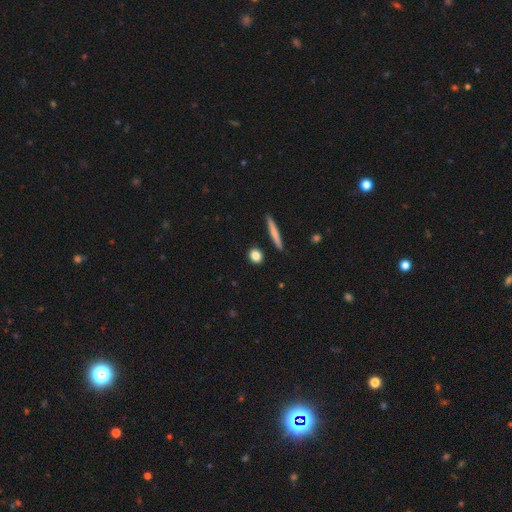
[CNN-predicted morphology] smooth-or-featured: smooth: 83% | featured or disk: 9% | star or artifact: 8%
  how-rounded: round: 61% | in between: 24% | cigar-shaped: 15%
  merging: none: 88% | minor disturbance: 7% | merger: 3% | major disturbance: 2%